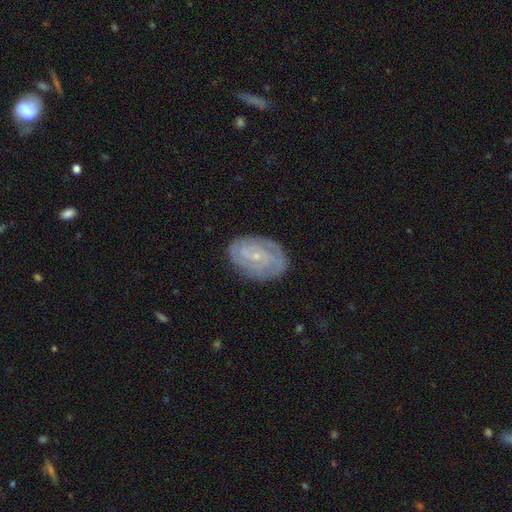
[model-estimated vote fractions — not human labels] Morphology: type=featured or disk (70%); edge-on=no (96%); bar=no (56%); spiral arms=yes (86%); winding=tight (66%); arm count=can't tell (41%); bulge=small (81%); merging=none (81%).